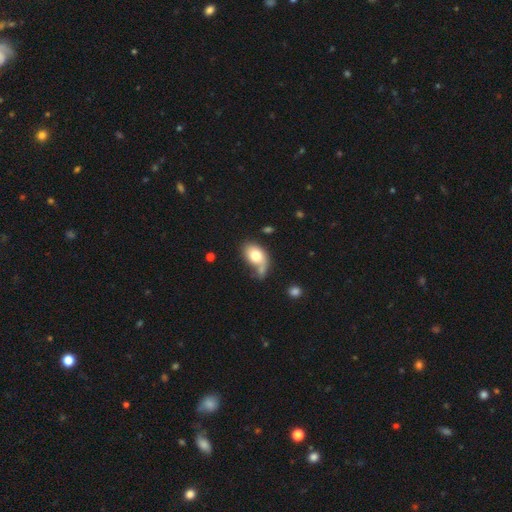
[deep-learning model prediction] Smooth or featured: smooth — 73% (featured or disk — 20%)
How rounded: in between — 85% (round — 14%)
Merging: none — 40% (minor disturbance — 22%)